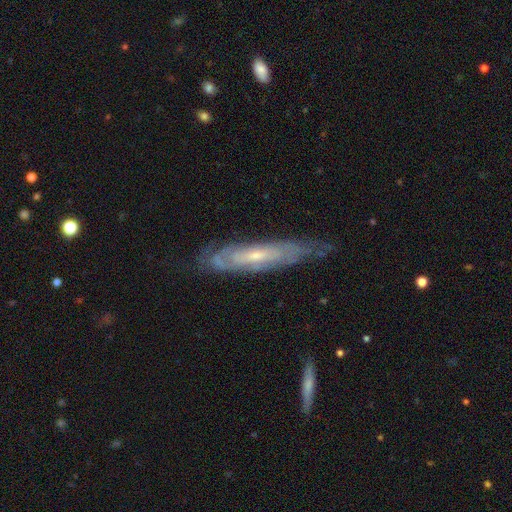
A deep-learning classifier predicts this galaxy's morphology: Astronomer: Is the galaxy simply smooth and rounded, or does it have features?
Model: featured or disk — 77%.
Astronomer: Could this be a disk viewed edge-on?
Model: no — 62% (runner-up: yes, 38%).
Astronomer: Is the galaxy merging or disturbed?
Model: none — 65%.